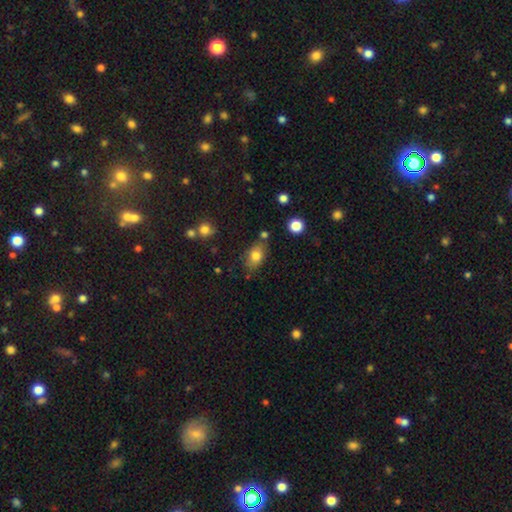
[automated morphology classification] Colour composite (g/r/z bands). It shows a smooth galaxy with no disk features (78%) that is in between round and cigar-shaped (83%). Merging: none (71%).